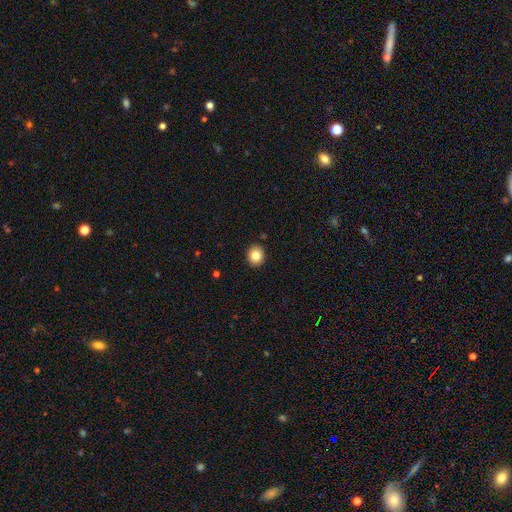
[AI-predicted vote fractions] Smooth or featured? smooth (83%)
How rounded? round (72%)
Merging? none (91%)